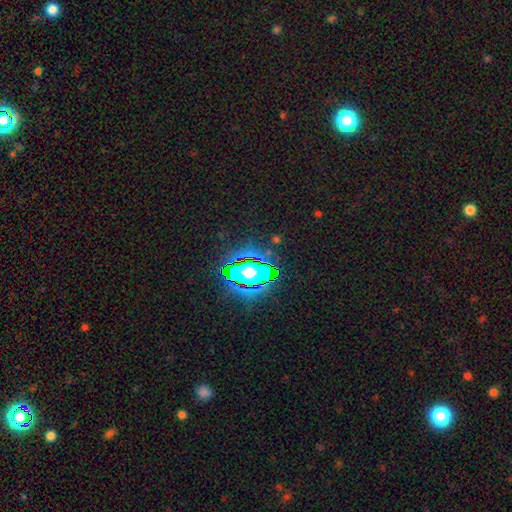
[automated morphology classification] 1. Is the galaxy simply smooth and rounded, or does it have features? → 73% star or artifact, 17% smooth, 10% featured or disk.